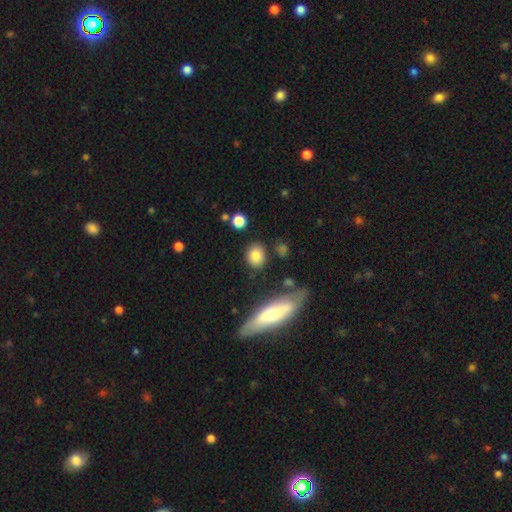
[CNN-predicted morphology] This is clearly a smooth galaxy (83%). How rounded: possibly round (55%). Merging: clearly none (81%).